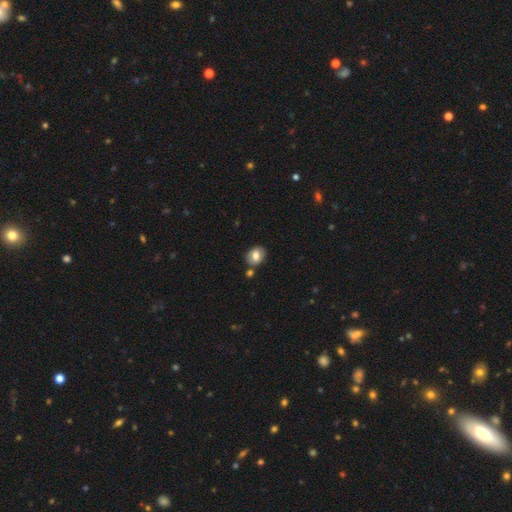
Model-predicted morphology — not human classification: Smooth or featured?
  - smooth: 77% *
  - featured or disk: 14%
  - star or artifact: 8%
How rounded?
  - round: 50% *
  - in between: 49%
  - cigar-shaped: 1%
Merging?
  - none: 77% *
  - minor disturbance: 11%
  - merger: 9%
  - major disturbance: 2%